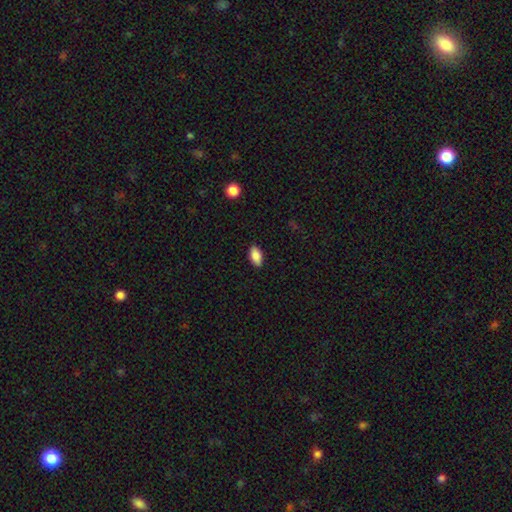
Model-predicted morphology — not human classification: Overall: smooth (86%). How rounded: in between (91%). Merging: none (88%).